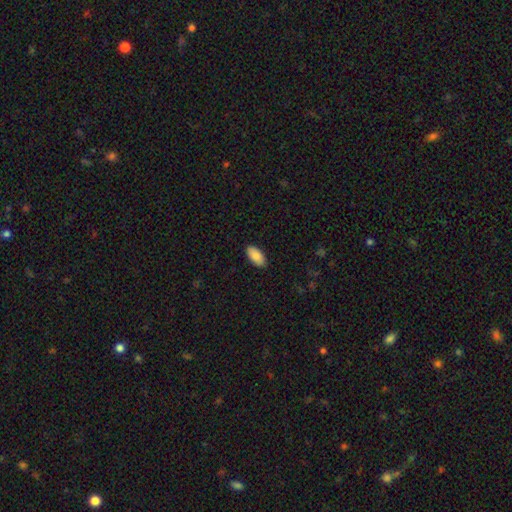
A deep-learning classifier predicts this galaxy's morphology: Smooth or featured: smooth — 89% (star or artifact — 6%)
How rounded: in between — 95% (cigar-shaped — 4%)
Merging: none — 89% (minor disturbance — 8%)